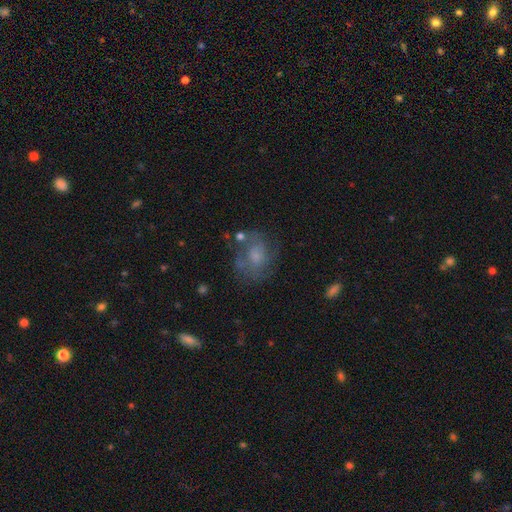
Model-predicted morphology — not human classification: smooth_or_featured: featured or disk (p=0.49) [alt: smooth p=0.39]
merging: none (p=0.55) [alt: minor disturbance p=0.21]